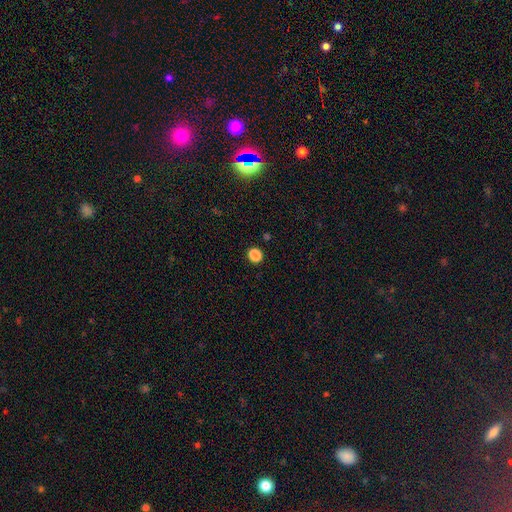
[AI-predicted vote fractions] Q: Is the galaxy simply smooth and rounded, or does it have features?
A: smooth — 86%.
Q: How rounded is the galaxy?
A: round — 74%.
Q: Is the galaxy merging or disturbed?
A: none — 91%.